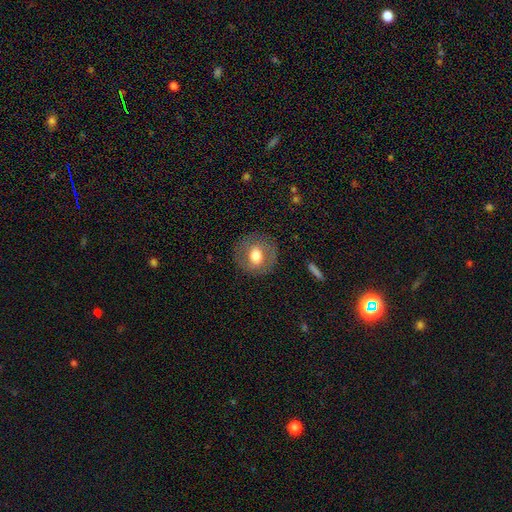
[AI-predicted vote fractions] A smooth galaxy with no disk features (59%) that is round (81%). Merging: none (84%).